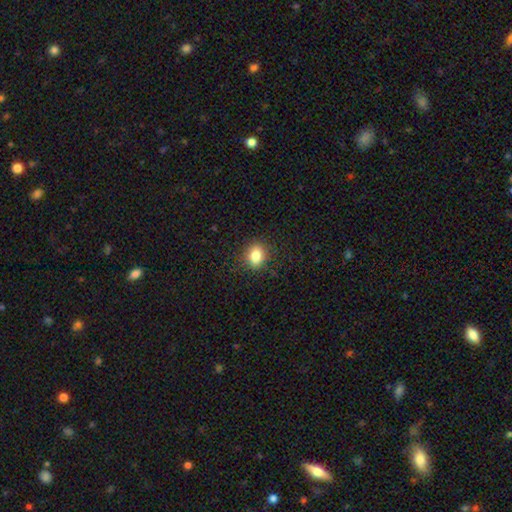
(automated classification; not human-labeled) A smooth galaxy with no disk features (84%) that is round (52%). Merging: none (87%).